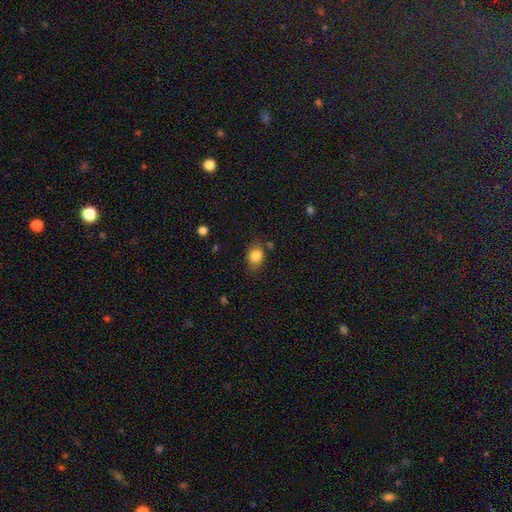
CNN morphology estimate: The model was most divided on "how rounded": round: 50%, in between: 49%, cigar-shaped: 1%. More confident: smooth or featured — smooth (84%); merging — none (71%).